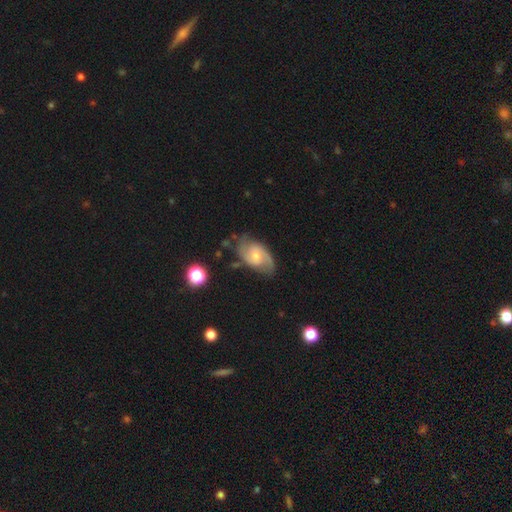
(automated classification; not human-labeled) smooth_or_featured: featured or disk (p=0.78) [alt: smooth p=0.16]
disk_edge_on: no (p=0.96) [alt: yes p=0.04]
bar: weak (p=0.50) [alt: no p=0.41]
has_spiral_arms: yes (p=0.94) [alt: no p=0.06]
spiral_winding: medium (p=0.49) [alt: loose p=0.27]
spiral_arm_count: 2 (p=0.84) [alt: can't tell p=0.08]
bulge_size: small (p=0.47) [alt: moderate p=0.46]
merging: none (p=0.72) [alt: minor disturbance p=0.19]